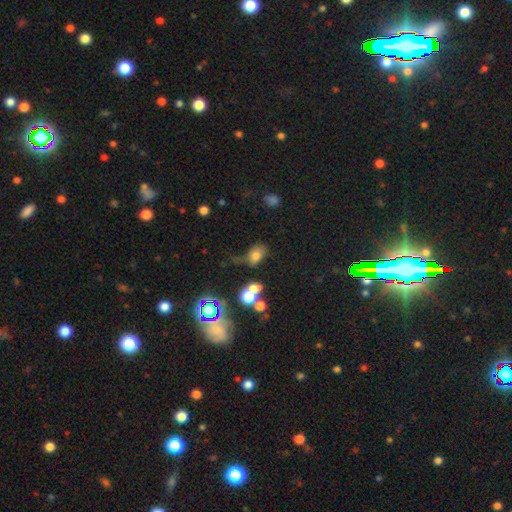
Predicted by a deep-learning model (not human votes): This is likely a smooth galaxy (68%). How rounded: likely in between (72%). Merging: marginally none (39%).